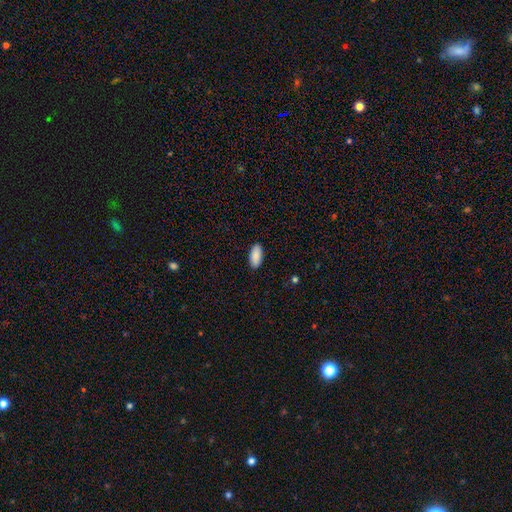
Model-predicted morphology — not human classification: The model was most divided on "merging": none: 90%, minor disturbance: 7%, major disturbance: 2%, merger: 1%. More confident: how rounded — in between (91%); smooth or featured — smooth (90%).